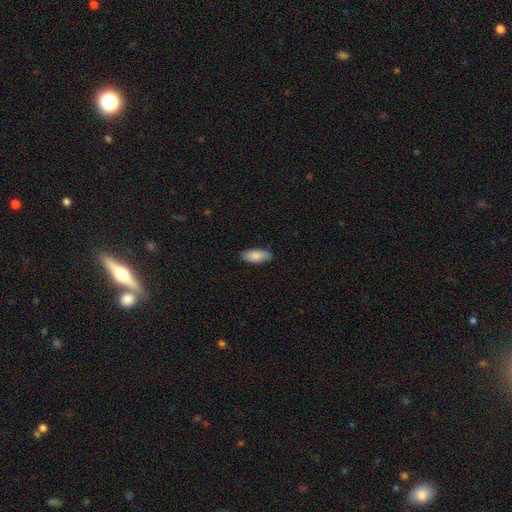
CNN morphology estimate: smooth 84%, featured or disk 11%, star or artifact 6%. Down the decision tree: how rounded — in between (84%); merging — none (84%).